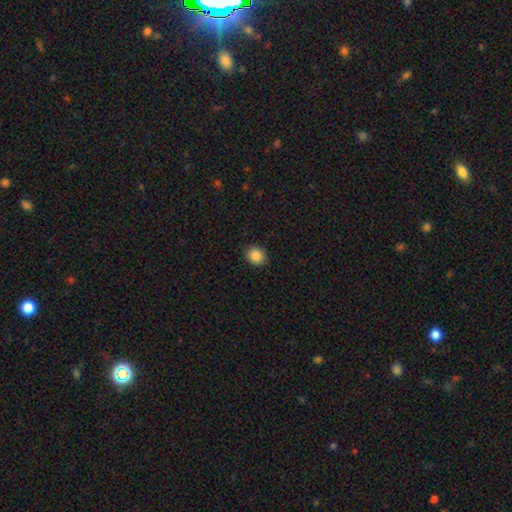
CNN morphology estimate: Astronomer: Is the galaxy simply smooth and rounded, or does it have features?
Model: smooth — 87%.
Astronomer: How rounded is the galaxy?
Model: round — 67%.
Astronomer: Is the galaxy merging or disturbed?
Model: none — 89%.